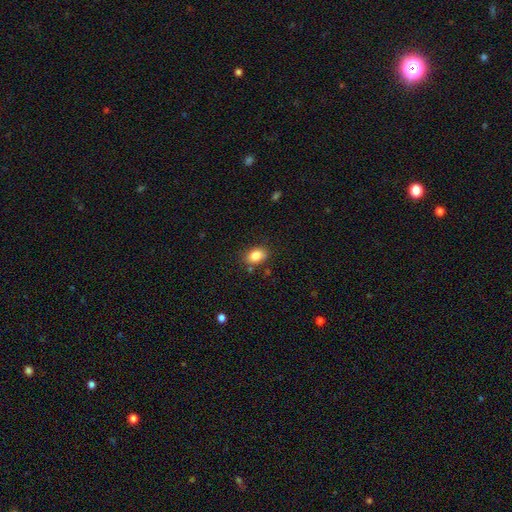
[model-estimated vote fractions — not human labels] A smooth galaxy with no disk features (85%) that is in between round and cigar-shaped (76%). Merging: none (79%).